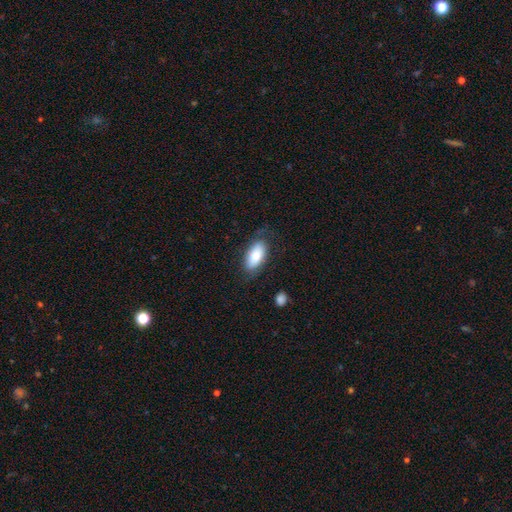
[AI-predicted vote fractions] smooth_or_featured: smooth (p=0.79) [alt: featured or disk p=0.14]
how_rounded: in between (p=0.90) [alt: cigar-shaped p=0.07]
merging: none (p=0.71) [alt: minor disturbance p=0.20]